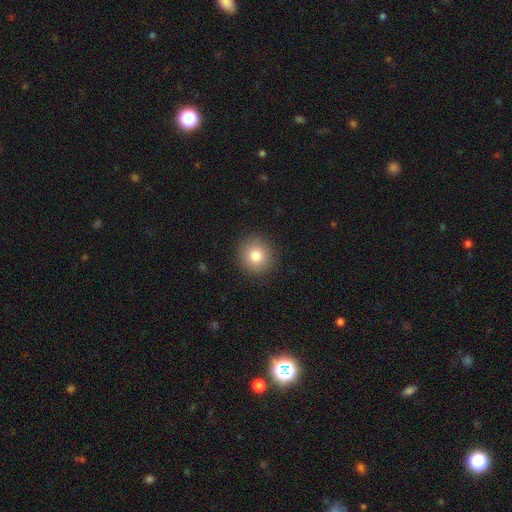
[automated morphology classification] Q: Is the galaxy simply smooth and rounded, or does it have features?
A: smooth — 83%.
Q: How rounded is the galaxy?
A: round — 92%.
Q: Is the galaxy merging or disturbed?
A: none — 91%.